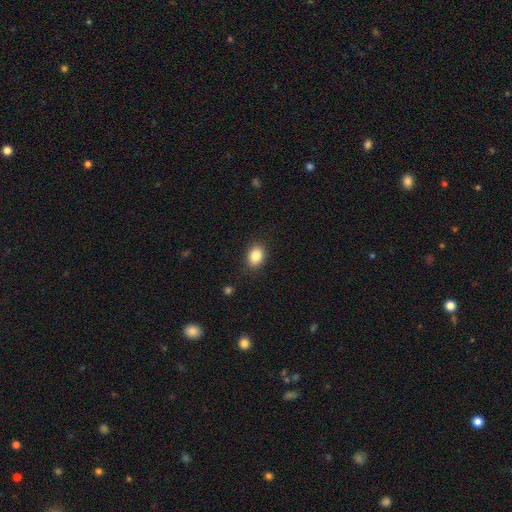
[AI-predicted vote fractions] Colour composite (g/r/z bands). It shows a smooth galaxy with no disk features (85%) that is in between round and cigar-shaped (68%). Merging: none (87%).